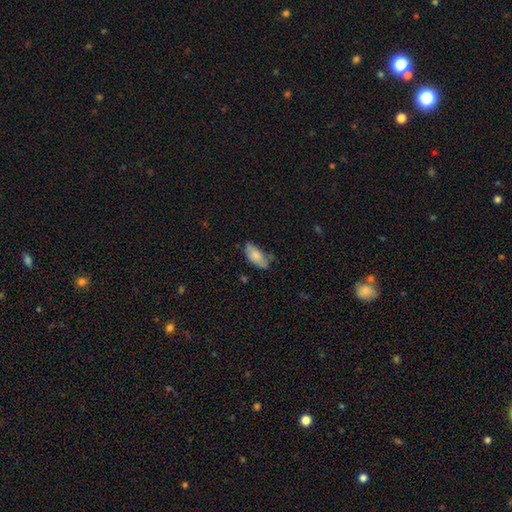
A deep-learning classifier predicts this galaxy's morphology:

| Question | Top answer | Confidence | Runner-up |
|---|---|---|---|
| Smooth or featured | smooth | 81% | featured or disk (12%) |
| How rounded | in between | 89% | cigar-shaped (9%) |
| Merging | none | 58% | minor disturbance (31%) |